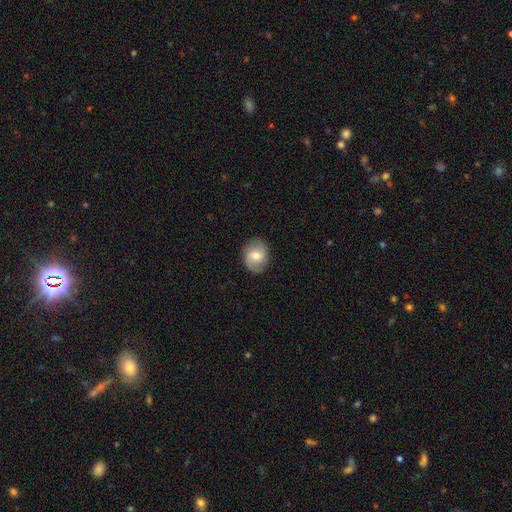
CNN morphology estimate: Q: Smooth or featured?
A: smooth (53%); runner-up: featured or disk (39%)
Q: How rounded?
A: round (62%); runner-up: in between (37%)
Q: Merging?
A: none (84%); runner-up: minor disturbance (12%)